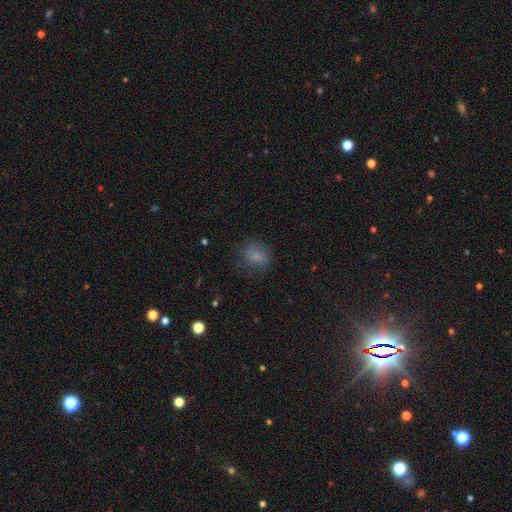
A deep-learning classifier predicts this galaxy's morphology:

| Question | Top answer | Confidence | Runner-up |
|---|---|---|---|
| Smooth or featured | smooth | 78% | star or artifact (12%) |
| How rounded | round | 61% | in between (37%) |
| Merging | none | 72% | minor disturbance (18%) |